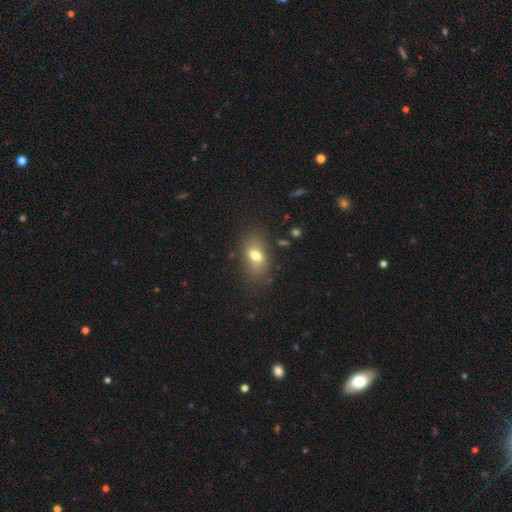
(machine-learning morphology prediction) Smooth or featured?
  - smooth: 69% *
  - featured or disk: 21%
  - star or artifact: 11%
How rounded?
  - in between: 83% *
  - round: 14%
  - cigar-shaped: 3%
Merging?
  - none: 69% *
  - minor disturbance: 19%
  - major disturbance: 8%
  - merger: 4%